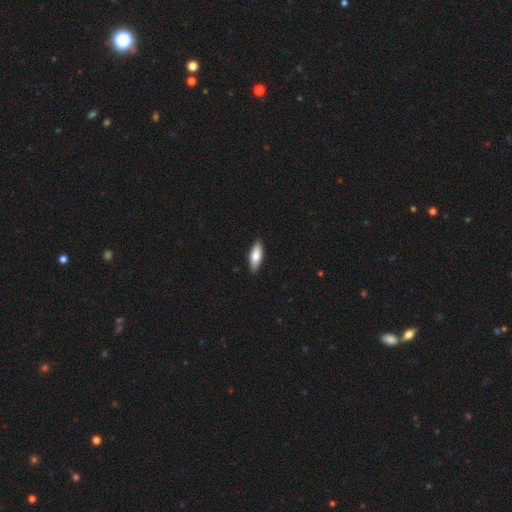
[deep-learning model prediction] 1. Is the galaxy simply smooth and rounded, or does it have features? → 74% smooth, 20% featured or disk, 5% star or artifact.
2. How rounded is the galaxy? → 64% in between, 33% cigar-shaped, 2% round.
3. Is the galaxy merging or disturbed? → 88% none, 9% minor disturbance, 2% major disturbance, 1% merger.